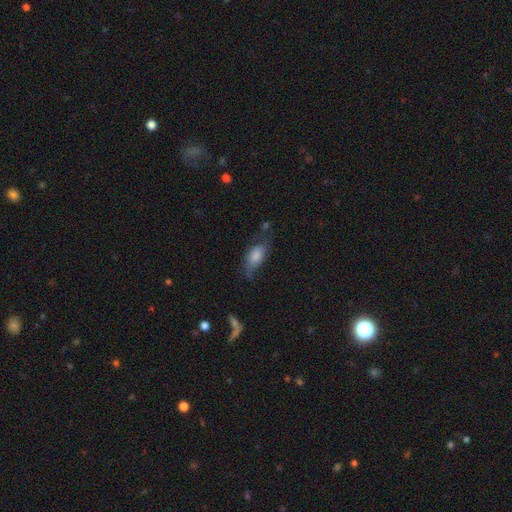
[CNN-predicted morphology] Smooth or featured: smooth — 61% (featured or disk — 28%)
How rounded: in between — 82% (cigar-shaped — 13%)
Merging: none — 50% (minor disturbance — 29%)